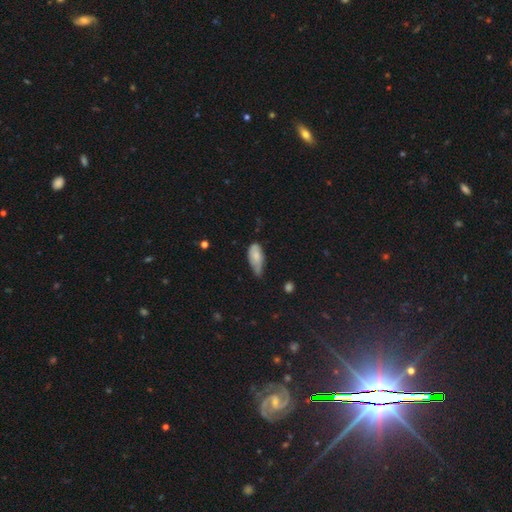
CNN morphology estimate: Smooth or featured? Predicted: smooth (p=0.73). How rounded? Predicted: in between (p=0.87). Merging? Predicted: minor disturbance (p=0.54).